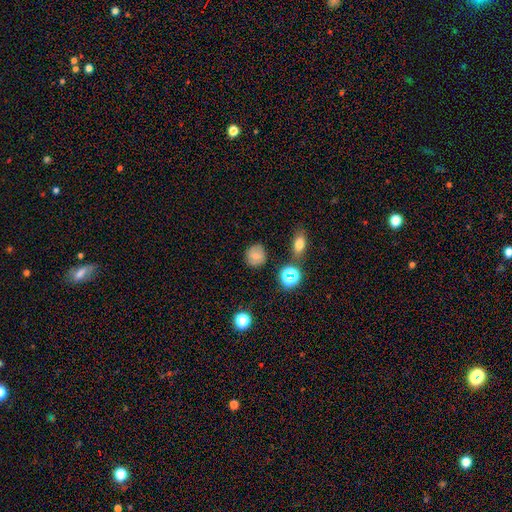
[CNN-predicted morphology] smooth_or_featured: smooth (p=0.76) [alt: star or artifact p=0.14]
how_rounded: round (p=0.85) [alt: in between p=0.14]
merging: none (p=0.83) [alt: minor disturbance p=0.11]